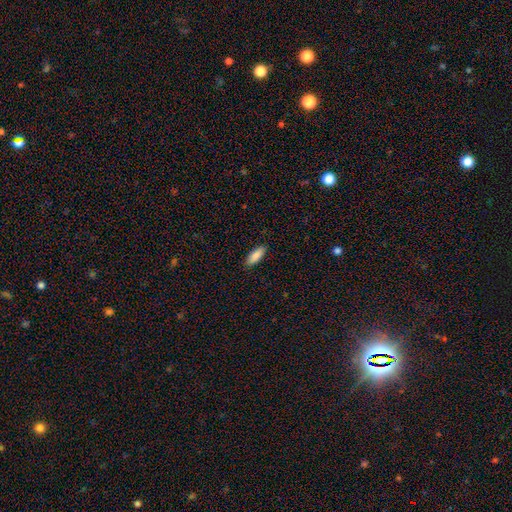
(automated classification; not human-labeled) Smooth or featured? Predicted: smooth (p=0.87). How rounded? Predicted: in between (p=0.69). Merging? Predicted: none (p=0.89).